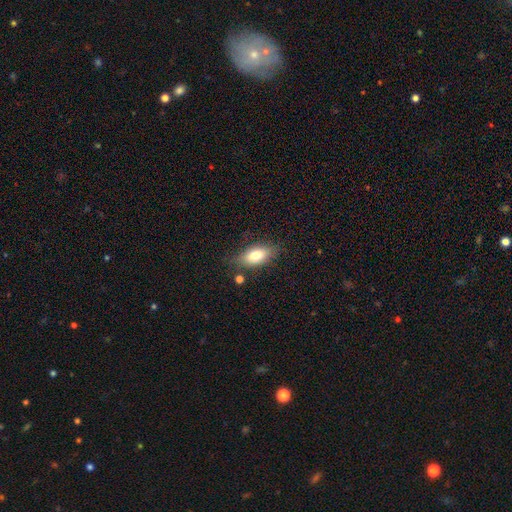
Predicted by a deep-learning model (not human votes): Smooth or featured? Predicted: smooth (p=0.76). How rounded? Predicted: in between (p=0.84). Merging? Predicted: none (p=0.76).